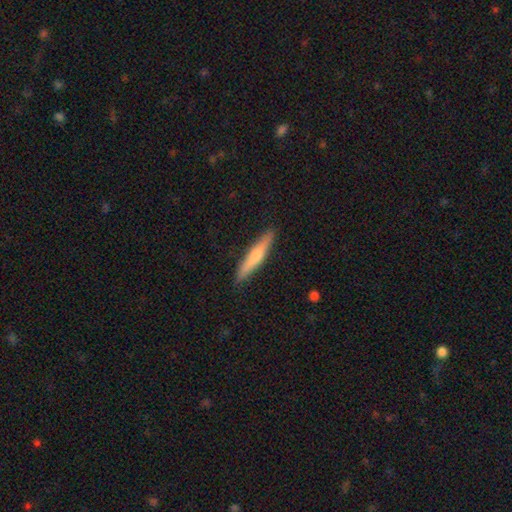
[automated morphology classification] smooth-or-featured: smooth: 59% | featured or disk: 35% | star or artifact: 6%
  how-rounded: cigar-shaped: 92% | in between: 7% | round: 1%
  merging: none: 89% | minor disturbance: 8% | major disturbance: 2% | merger: 1%